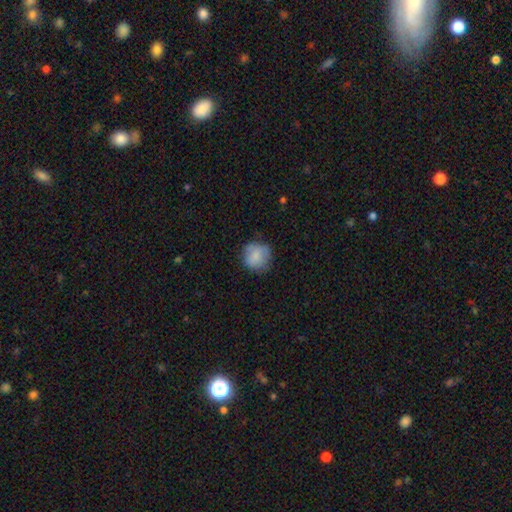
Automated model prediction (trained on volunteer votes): Smooth or featured? Predicted: smooth (p=0.80). How rounded? Predicted: round (p=0.87). Merging? Predicted: none (p=0.71).